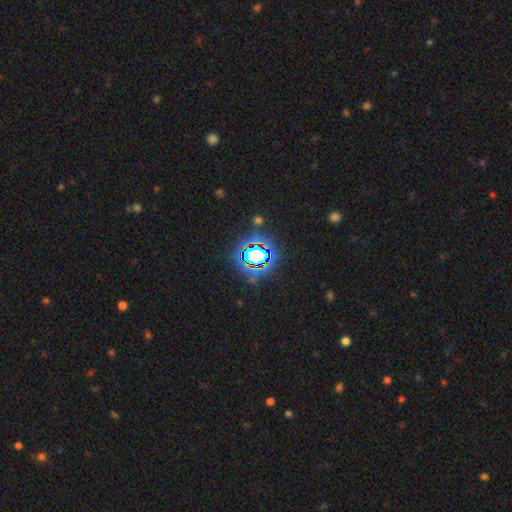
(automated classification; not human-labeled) Smooth or featured? star or artifact (70%)